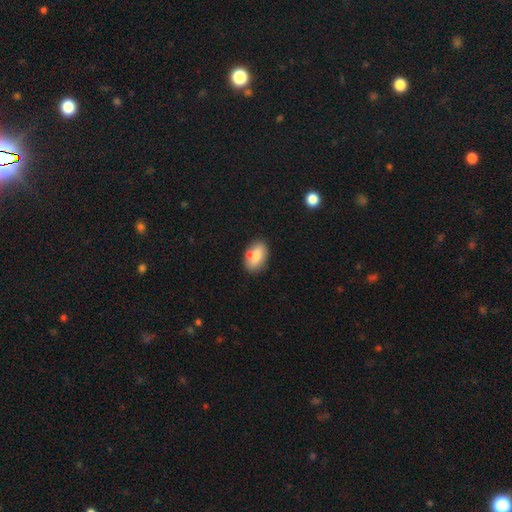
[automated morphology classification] Smooth or featured?
  - smooth: 77% *
  - featured or disk: 16%
  - star or artifact: 7%
How rounded?
  - in between: 90% *
  - round: 7%
  - cigar-shaped: 3%
Merging?
  - none: 70% *
  - minor disturbance: 18%
  - merger: 9%
  - major disturbance: 4%